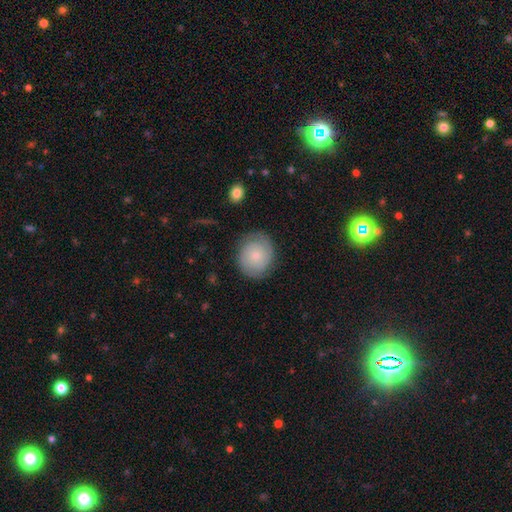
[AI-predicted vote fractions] A smooth galaxy with no disk features (52%) that is round (73%).

Vote fractions:
- Smooth or featured? smooth: 52% / featured or disk: 40% / star or artifact: 7%
- How rounded? round: 73% / in between: 26% / cigar-shaped: 1%
- Merging? none: 79% / minor disturbance: 15% / major disturbance: 5% / merger: 1%